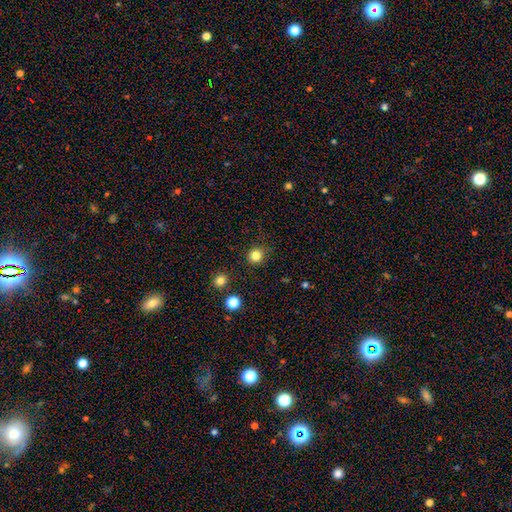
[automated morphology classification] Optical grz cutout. It shows a smooth galaxy with no disk features (83%) that is round (90%). Merging: none (87%).